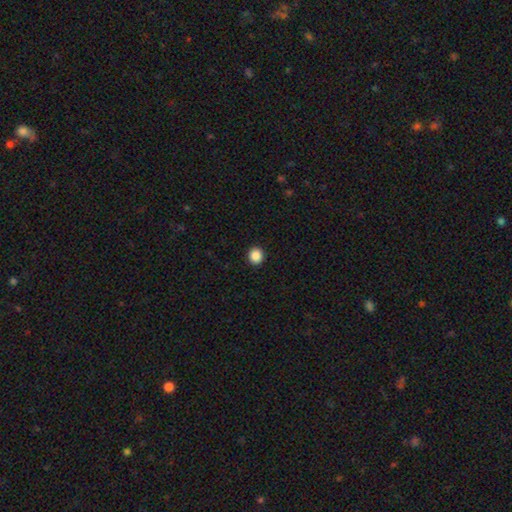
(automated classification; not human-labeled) A smooth galaxy with no disk features (88%) that is round (89%).

Vote fractions:
- Smooth or featured? smooth: 88% / star or artifact: 10% / featured or disk: 3%
- How rounded? round: 89% / in between: 11% / cigar-shaped: 1%
- Merging? none: 93% / minor disturbance: 4% / major disturbance: 2% / merger: 1%